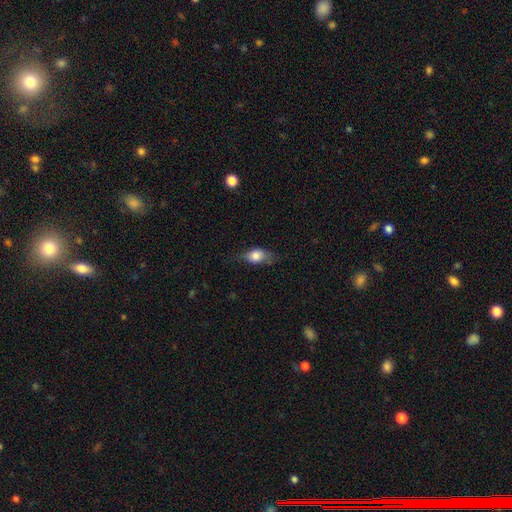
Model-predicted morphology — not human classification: Smooth or featured: smooth — 75% (featured or disk — 17%)
How rounded: in between — 73% (round — 21%)
Merging: none — 55% (minor disturbance — 31%)